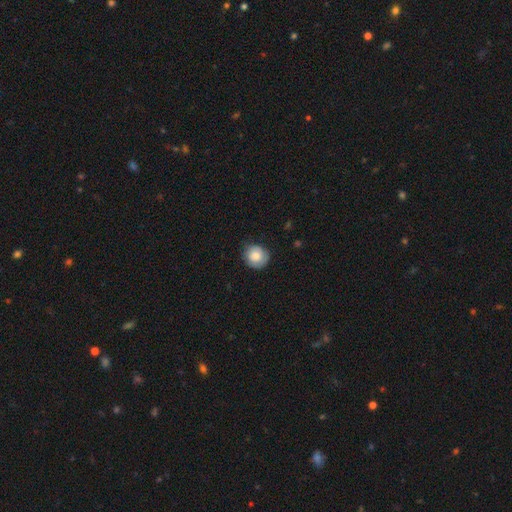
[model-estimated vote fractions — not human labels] This appears to be a smooth galaxy with no disk features (81%) that is round (85%). Merging: none (76%).